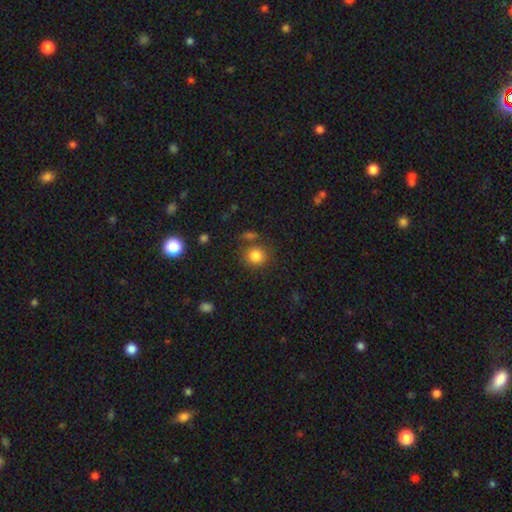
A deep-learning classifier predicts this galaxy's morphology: A smooth galaxy with no disk features (83%) that is round (86%). Merging: none (76%).